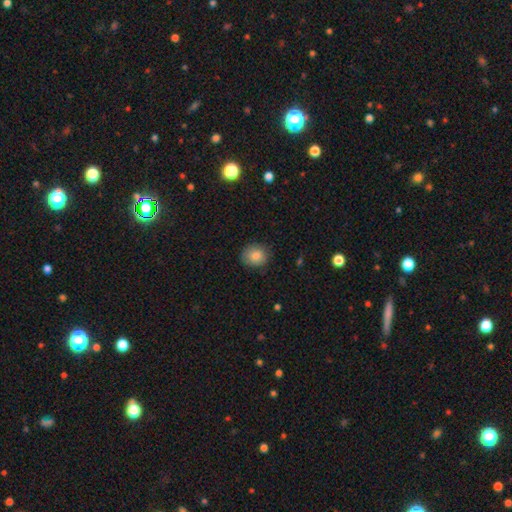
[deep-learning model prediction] Smooth or featured? smooth (83%)
How rounded? round (71%)
Merging? none (82%)